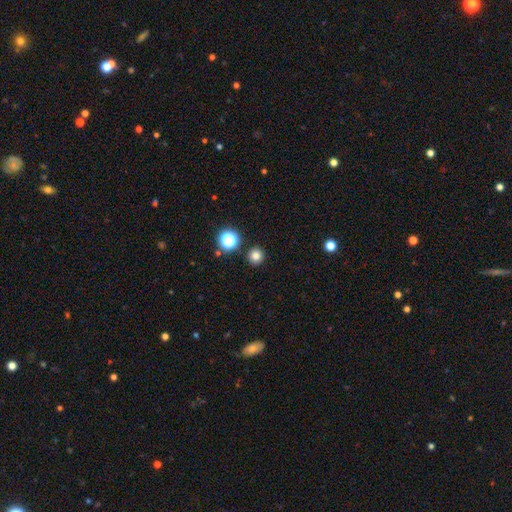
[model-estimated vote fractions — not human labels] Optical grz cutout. It shows a smooth galaxy with no disk features (79%) that is round (94%). Merging: none (90%).